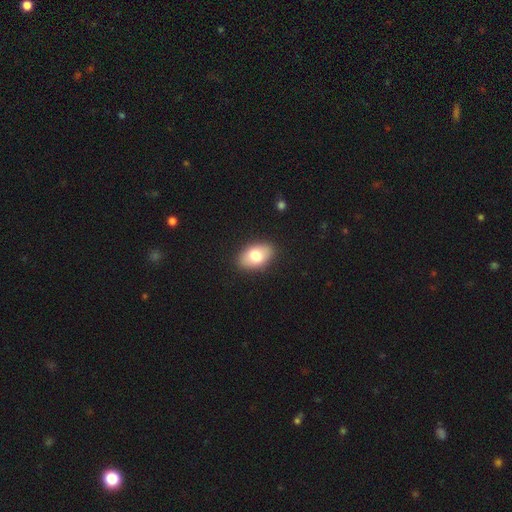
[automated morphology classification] Q: Smooth or featured?
A: smooth (77%); runner-up: featured or disk (16%)
Q: How rounded?
A: in between (91%); runner-up: round (8%)
Q: Merging?
A: none (89%); runner-up: minor disturbance (8%)